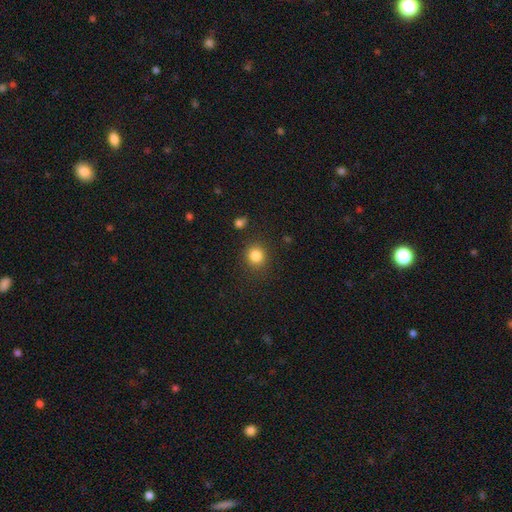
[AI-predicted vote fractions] Smooth or featured? smooth (84%)
How rounded? round (88%)
Merging? none (87%)